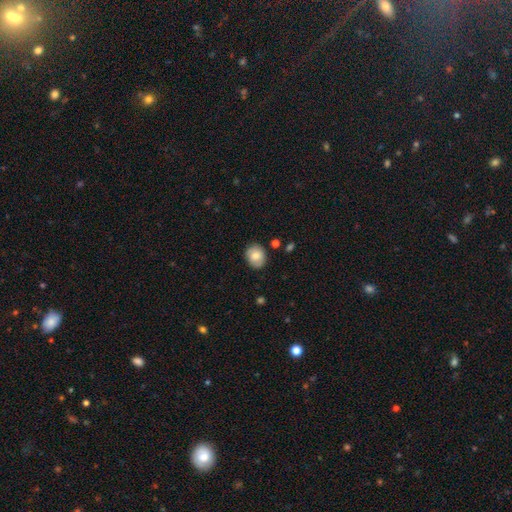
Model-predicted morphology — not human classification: Smooth or featured?
  - smooth: 79% *
  - featured or disk: 13%
  - star or artifact: 8%
How rounded?
  - round: 63% *
  - in between: 36%
  - cigar-shaped: 1%
Merging?
  - none: 84% *
  - minor disturbance: 12%
  - major disturbance: 2%
  - merger: 2%